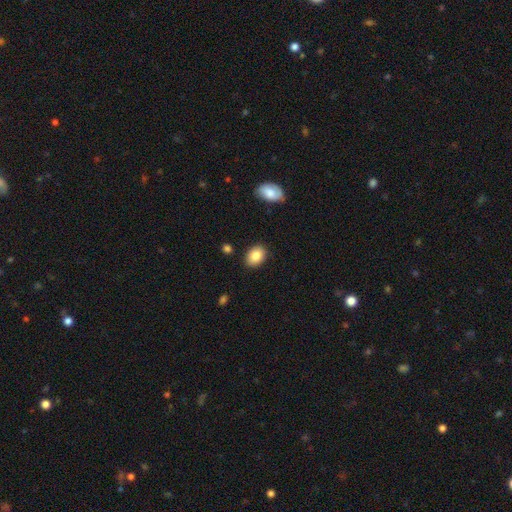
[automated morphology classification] smooth 85%, star or artifact 8%, featured or disk 7%. Down the decision tree: how rounded — in between (72%); merging — none (87%).